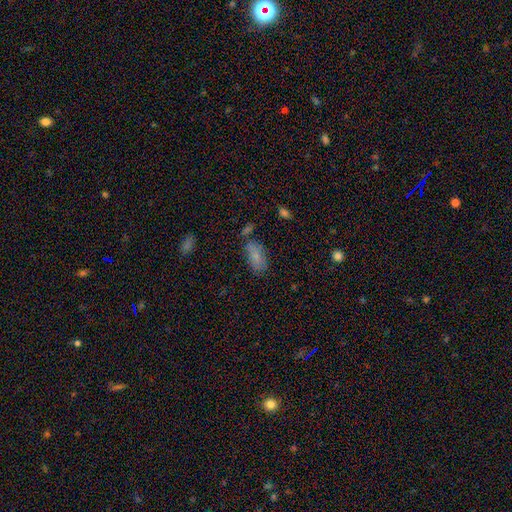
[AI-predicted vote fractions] Smooth or featured: smooth — 77% (featured or disk — 14%)
How rounded: in between — 91% (cigar-shaped — 6%)
Merging: none — 64% (minor disturbance — 21%)